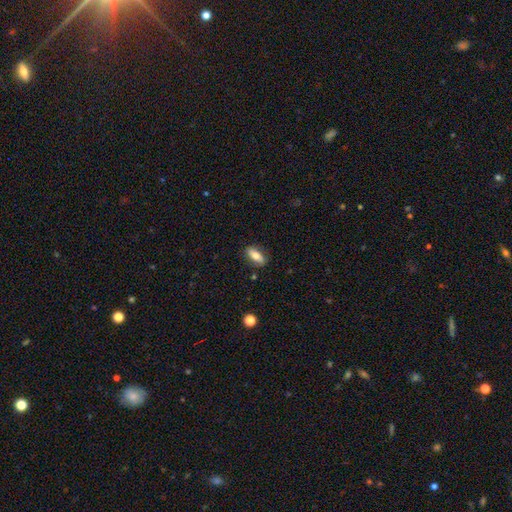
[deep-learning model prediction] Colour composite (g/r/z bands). It shows a smooth galaxy with no disk features (66%) that is in between round and cigar-shaped (78%). Merging: none (83%).